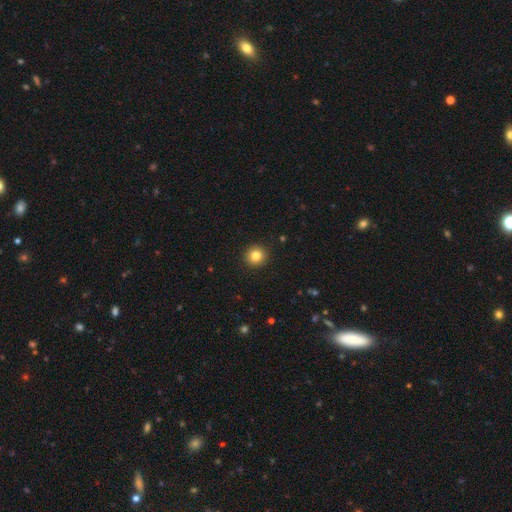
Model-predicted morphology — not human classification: smooth-or-featured: smooth: 83% | star or artifact: 11% | featured or disk: 6%
  how-rounded: round: 94% | in between: 5% | cigar-shaped: 1%
  merging: none: 93% | minor disturbance: 5% | major disturbance: 2% | merger: 1%